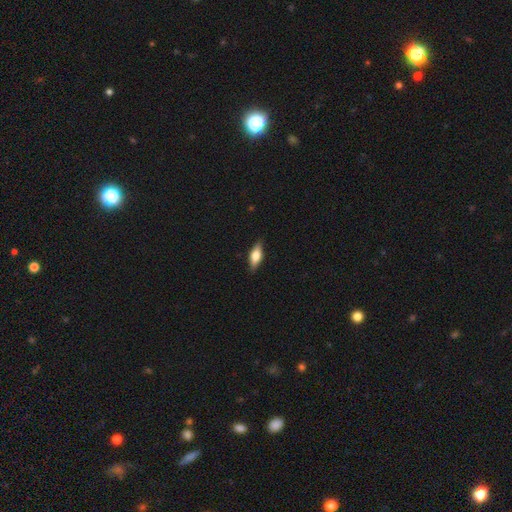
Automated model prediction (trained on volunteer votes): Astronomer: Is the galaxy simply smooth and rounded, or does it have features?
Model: smooth — 54% (runner-up: featured or disk, 39%).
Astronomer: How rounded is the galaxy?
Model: in between — 65%.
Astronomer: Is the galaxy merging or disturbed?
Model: none — 86%.